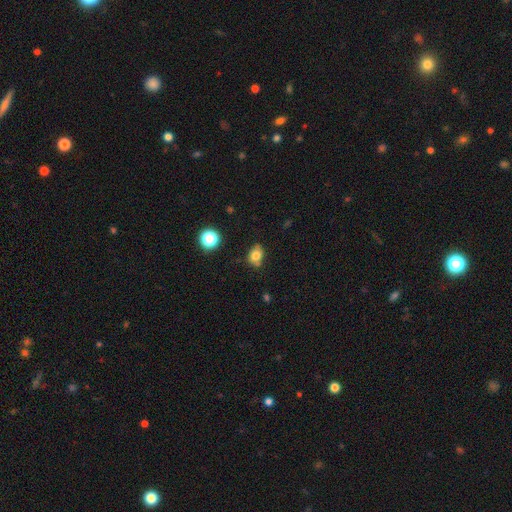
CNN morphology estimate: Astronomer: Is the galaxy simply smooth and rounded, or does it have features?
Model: smooth — 77%.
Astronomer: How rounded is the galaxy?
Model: in between — 63%.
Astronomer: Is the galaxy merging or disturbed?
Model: none — 64%.